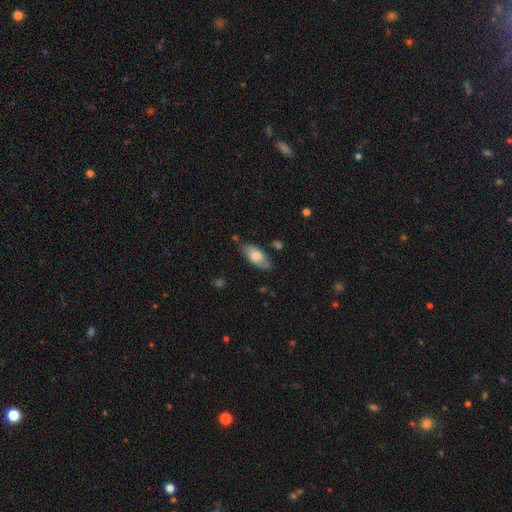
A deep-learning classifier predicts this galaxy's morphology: Overall: smooth (70%). How rounded: in between (88%). Merging: none (76%).